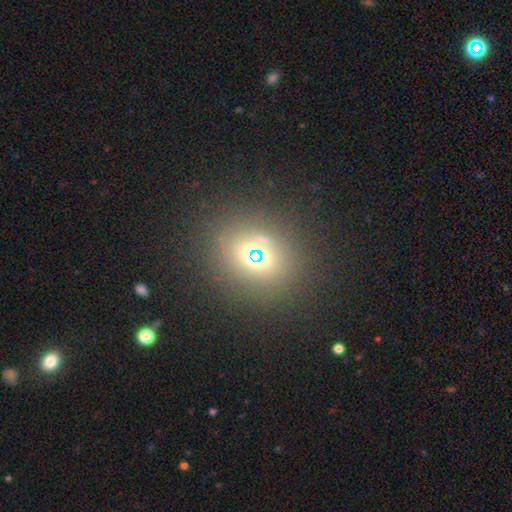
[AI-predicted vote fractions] A smooth galaxy with no disk features (50%) that is round (75%).

Vote fractions:
- Smooth or featured? smooth: 50% / star or artifact: 38% / featured or disk: 12%
- How rounded? round: 75% / in between: 23% / cigar-shaped: 2%
- Merging? none: 84% / minor disturbance: 9% / major disturbance: 4% / merger: 3%